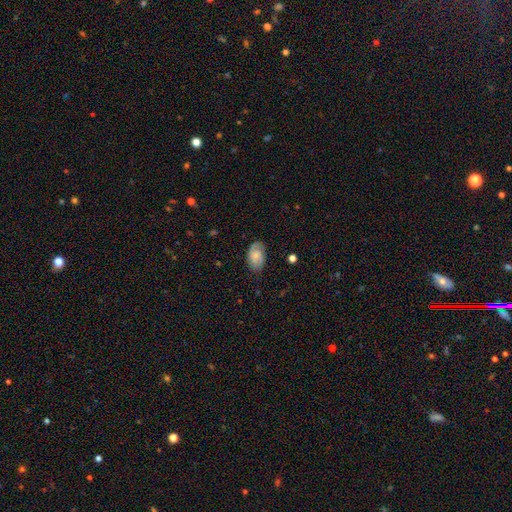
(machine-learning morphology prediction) smooth_or_featured: smooth (p=0.55) [alt: featured or disk p=0.37]
how_rounded: in between (p=0.89) [alt: round p=0.09]
merging: none (p=0.72) [alt: minor disturbance p=0.21]